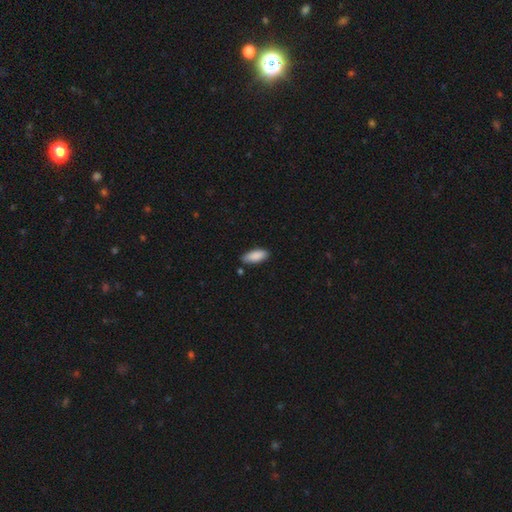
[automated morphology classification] Smooth or featured?
  - smooth: 89% *
  - star or artifact: 6%
  - featured or disk: 5%
How rounded?
  - in between: 82% *
  - cigar-shaped: 16%
  - round: 2%
Merging?
  - none: 82% *
  - minor disturbance: 14%
  - merger: 2%
  - major disturbance: 2%